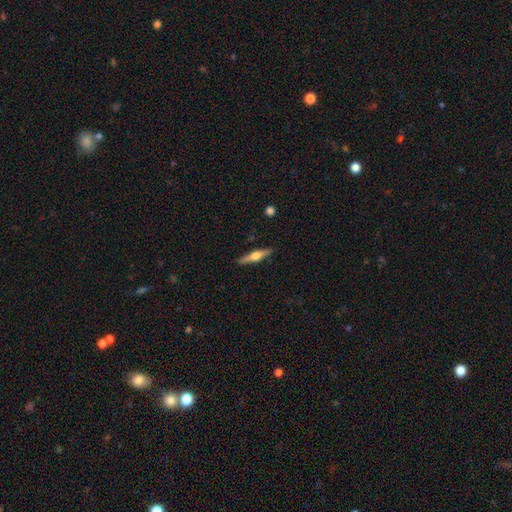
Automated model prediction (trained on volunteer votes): Smooth or featured? Predicted: featured or disk (p=0.62). Edge-on disk? Predicted: yes (p=0.97). Edge-on bulge? Predicted: rounded (p=0.94). Merging? Predicted: none (p=0.90).